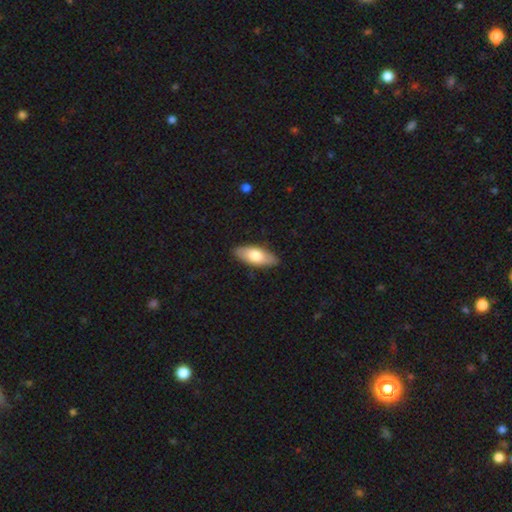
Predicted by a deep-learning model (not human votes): Smooth or featured?
  - smooth: 71% *
  - featured or disk: 24%
  - star or artifact: 5%
How rounded?
  - in between: 79% *
  - cigar-shaped: 19%
  - round: 2%
Merging?
  - none: 86% *
  - minor disturbance: 11%
  - major disturbance: 2%
  - merger: 1%